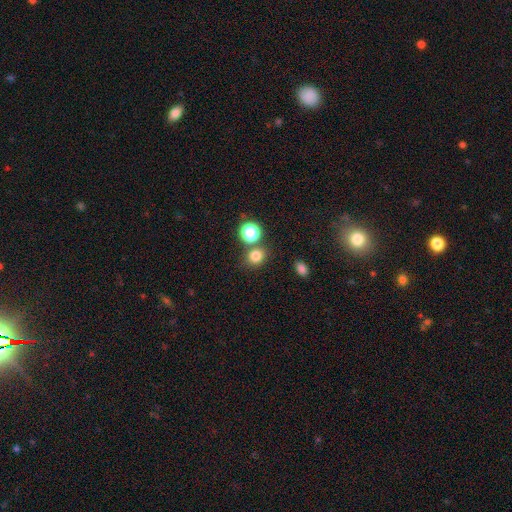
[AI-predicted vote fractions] A smooth galaxy with no disk features (78%) that is round (72%).

Vote fractions:
- Smooth or featured? smooth: 78% / star or artifact: 16% / featured or disk: 6%
- How rounded? round: 72% / in between: 27% / cigar-shaped: 1%
- Merging? none: 72% / merger: 14% / minor disturbance: 9% / major disturbance: 4%